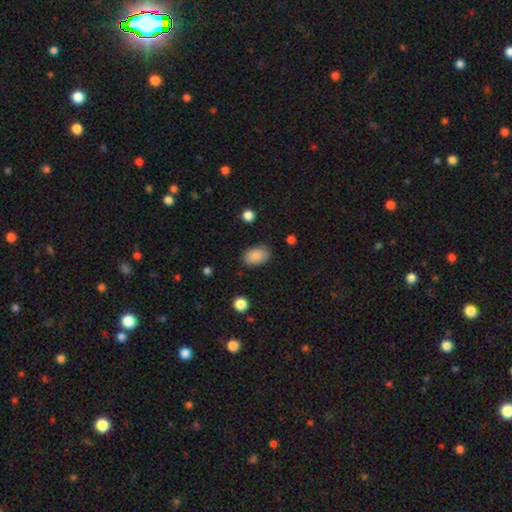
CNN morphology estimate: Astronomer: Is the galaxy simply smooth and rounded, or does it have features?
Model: smooth — 88%.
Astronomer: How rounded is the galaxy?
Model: in between — 89%.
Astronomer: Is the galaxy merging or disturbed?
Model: none — 84%.